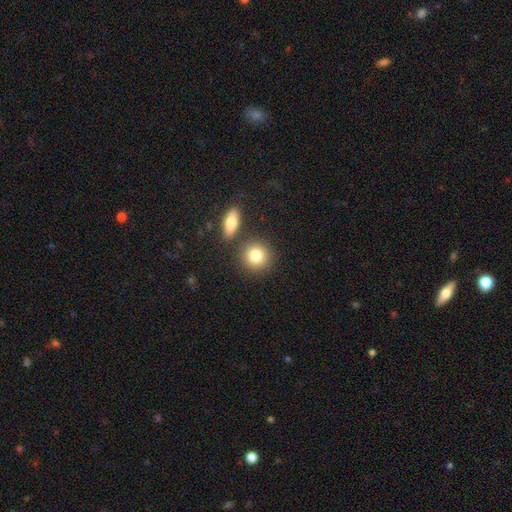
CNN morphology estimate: Q: Smooth or featured?
A: smooth (82%); runner-up: featured or disk (10%)
Q: How rounded?
A: round (85%); runner-up: in between (14%)
Q: Merging?
A: none (76%); runner-up: merger (13%)